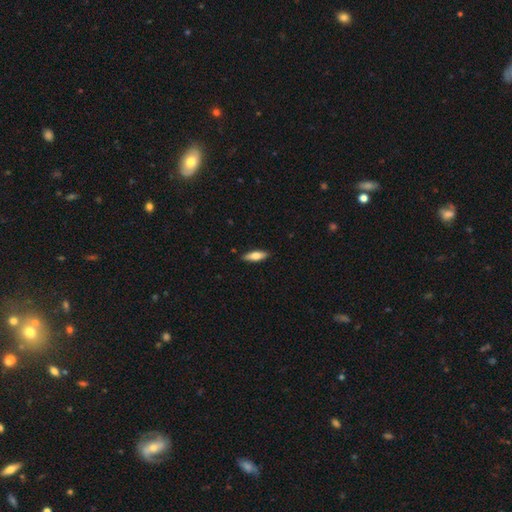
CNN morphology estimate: Smooth or featured? smooth (69%)
How rounded? in between (56%)
Merging? none (88%)